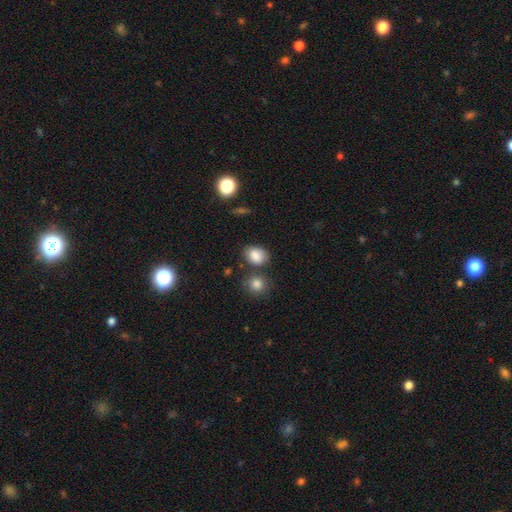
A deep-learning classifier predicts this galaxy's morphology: A smooth galaxy with no disk features (85%) that is in between round and cigar-shaped (65%).

Vote fractions:
- Smooth or featured? smooth: 85% / star or artifact: 9% / featured or disk: 6%
- How rounded? in between: 65% / round: 34% / cigar-shaped: 1%
- Merging? none: 69% / minor disturbance: 16% / merger: 11% / major disturbance: 4%